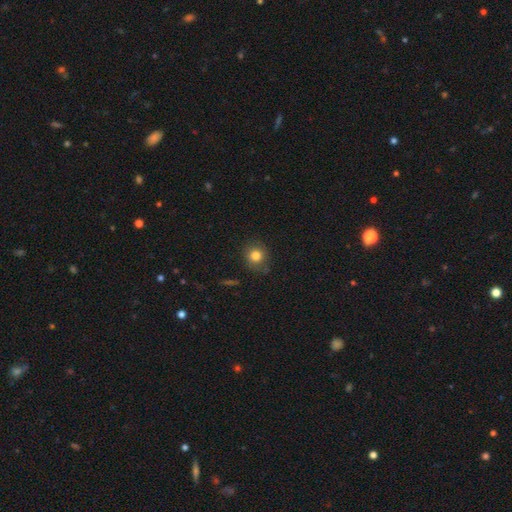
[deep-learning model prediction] Morphology: type=smooth (80%); roundness=round (83%); merging=none (82%).